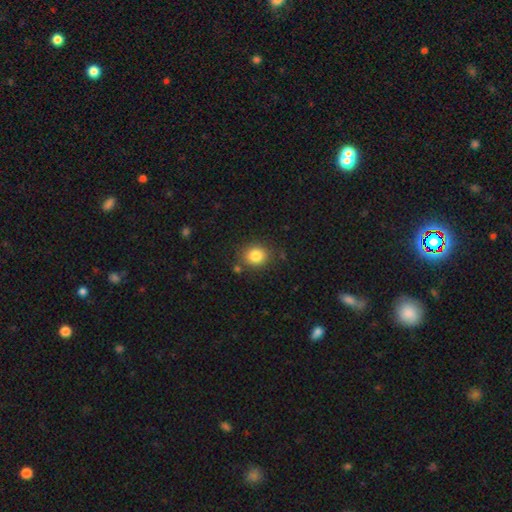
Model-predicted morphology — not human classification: Overall: smooth (83%). How rounded: round (76%). Merging: none (83%).